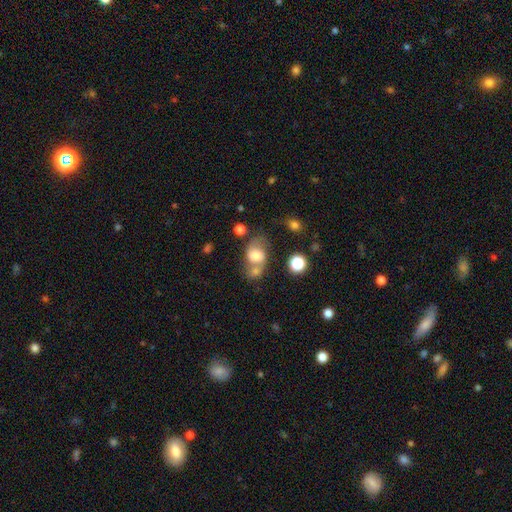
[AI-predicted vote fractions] Morphology: type=smooth (56%); roundness=in between (60%); merging=none (38%).